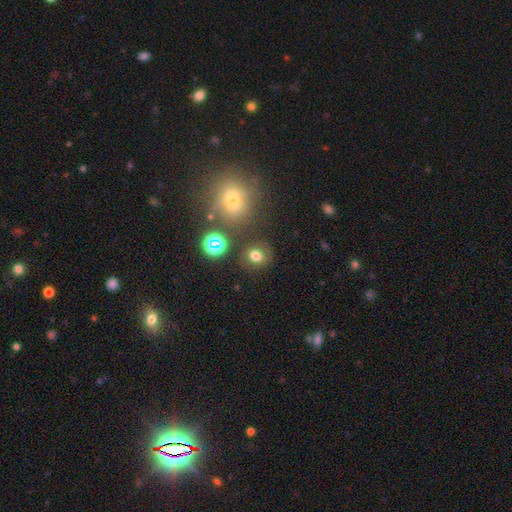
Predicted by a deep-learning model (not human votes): This appears to be a smooth galaxy with no disk features (71%) that is round (71%). Merging: none (78%).